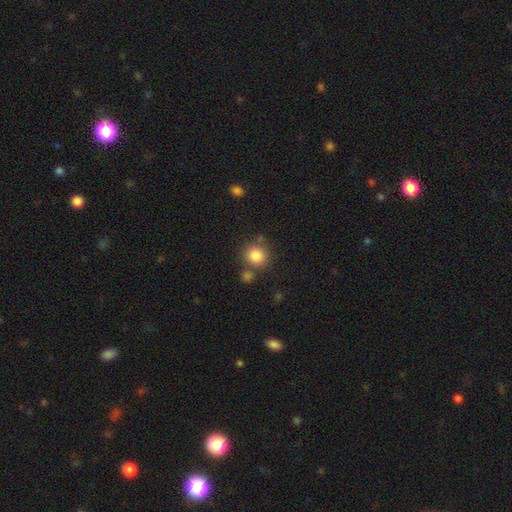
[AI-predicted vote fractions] This is clearly a smooth galaxy (83%). How rounded: clearly round (88%). Merging: likely none (69%).